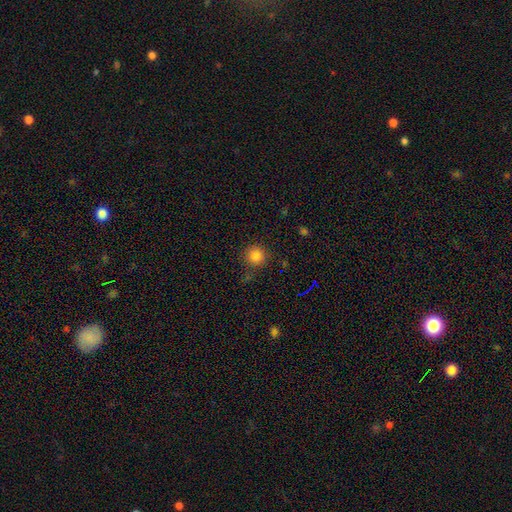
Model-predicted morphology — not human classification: Overall: smooth (83%). How rounded: round (94%). Merging: none (84%).